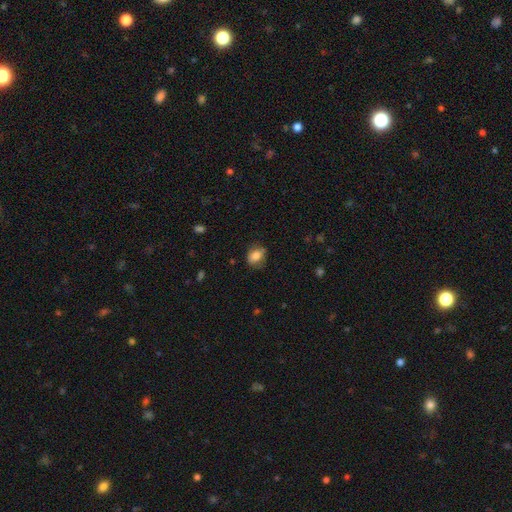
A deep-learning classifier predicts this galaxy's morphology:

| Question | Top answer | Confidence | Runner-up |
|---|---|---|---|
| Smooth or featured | smooth | 80% | featured or disk (11%) |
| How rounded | in between | 61% | round (37%) |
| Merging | none | 68% | minor disturbance (24%) |